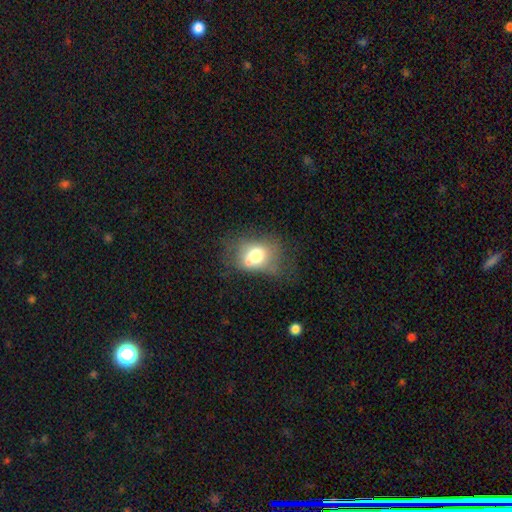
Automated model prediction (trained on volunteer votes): Q: Smooth or featured?
A: smooth (65%); runner-up: featured or disk (23%)
Q: How rounded?
A: in between (62%); runner-up: round (36%)
Q: Merging?
A: none (38%); runner-up: minor disturbance (28%)